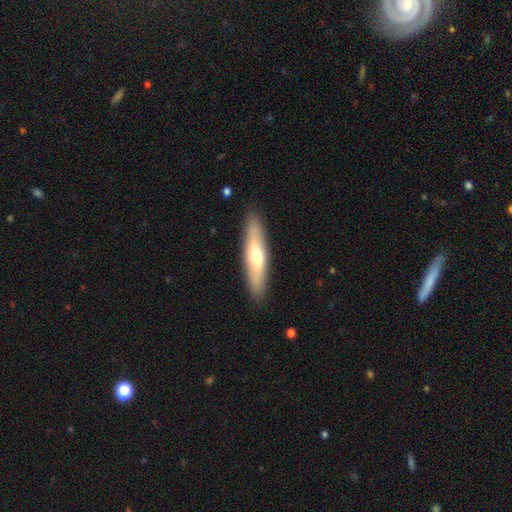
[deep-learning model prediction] Overall: smooth (55%; featured or disk 40%). How rounded: cigar-shaped (79%). Merging: none (89%).